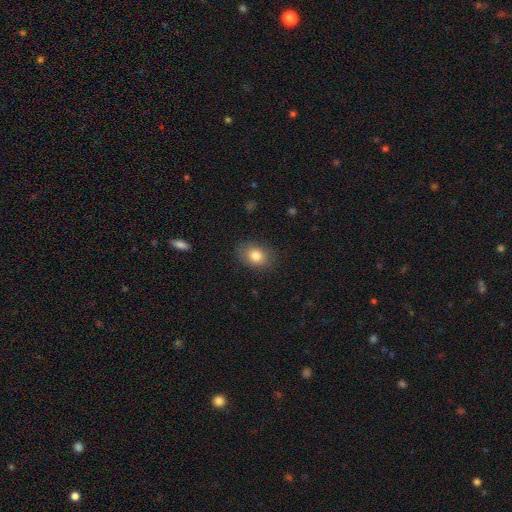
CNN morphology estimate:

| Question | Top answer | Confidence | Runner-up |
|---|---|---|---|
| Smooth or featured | smooth | 82% | star or artifact (9%) |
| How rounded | in between | 66% | round (32%) |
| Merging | none | 85% | minor disturbance (11%) |